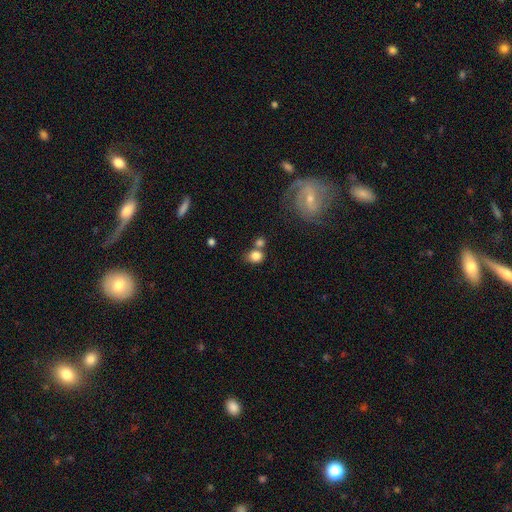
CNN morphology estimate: Smooth or featured?
  - smooth: 81% *
  - star or artifact: 10%
  - featured or disk: 9%
How rounded?
  - round: 57% *
  - in between: 42%
  - cigar-shaped: 1%
Merging?
  - none: 53% *
  - merger: 28%
  - minor disturbance: 13%
  - major disturbance: 6%